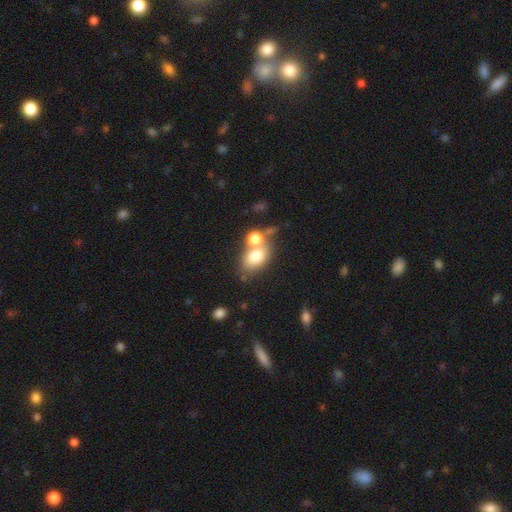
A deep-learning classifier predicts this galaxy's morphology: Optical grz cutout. It shows a smooth galaxy with no disk features (74%) that is in between round and cigar-shaped (73%). Merging: merger (46%).